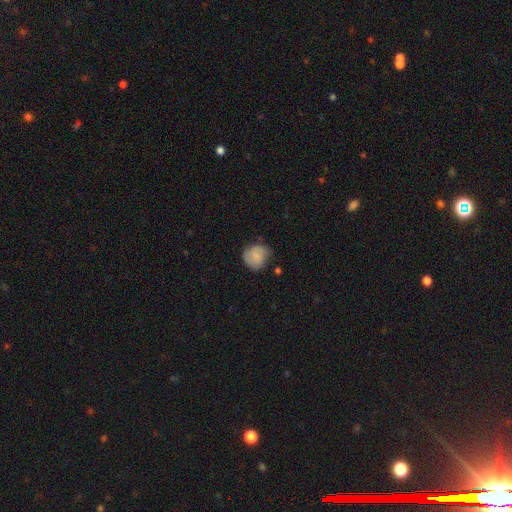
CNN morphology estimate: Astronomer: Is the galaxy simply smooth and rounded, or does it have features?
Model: smooth — 64%.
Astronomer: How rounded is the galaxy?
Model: round — 82%.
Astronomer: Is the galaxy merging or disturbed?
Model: none — 62%.